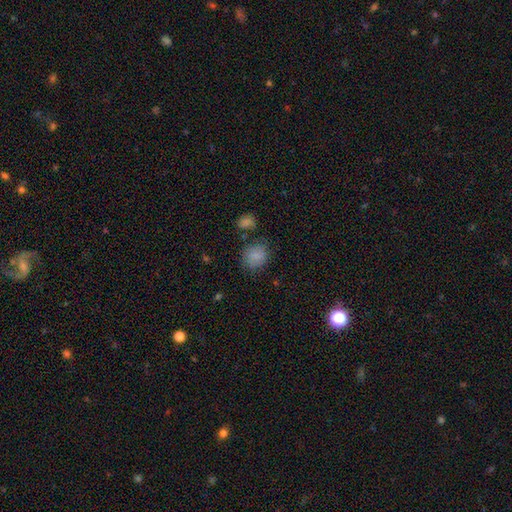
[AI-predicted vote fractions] smooth 83%, star or artifact 10%, featured or disk 7%. Down the decision tree: how rounded — round (70%); merging — none (70%).